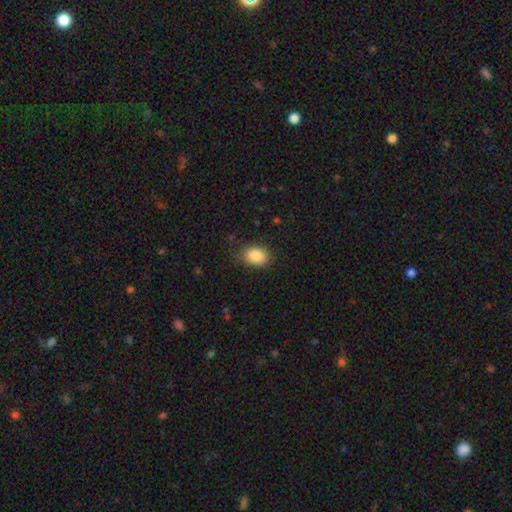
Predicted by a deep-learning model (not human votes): A smooth galaxy with no disk features (87%) that is in between round and cigar-shaped (82%).

Vote fractions:
- Smooth or featured? smooth: 87% / star or artifact: 8% / featured or disk: 5%
- How rounded? in between: 82% / round: 17% / cigar-shaped: 1%
- Merging? none: 78% / minor disturbance: 17% / major disturbance: 4% / merger: 1%